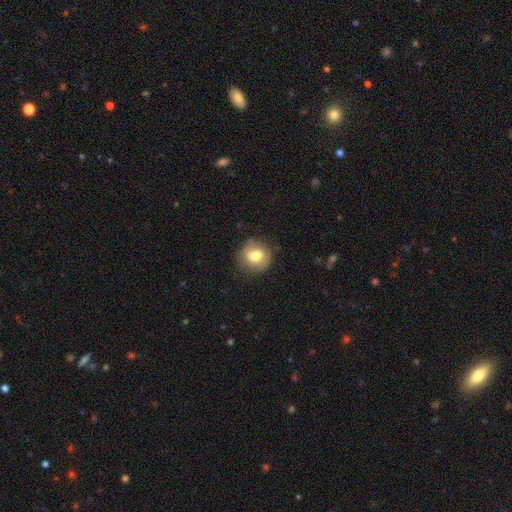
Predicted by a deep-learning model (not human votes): smooth 72%, featured or disk 19%, star or artifact 8%. Down the decision tree: how rounded — round (80%); merging — none (79%).